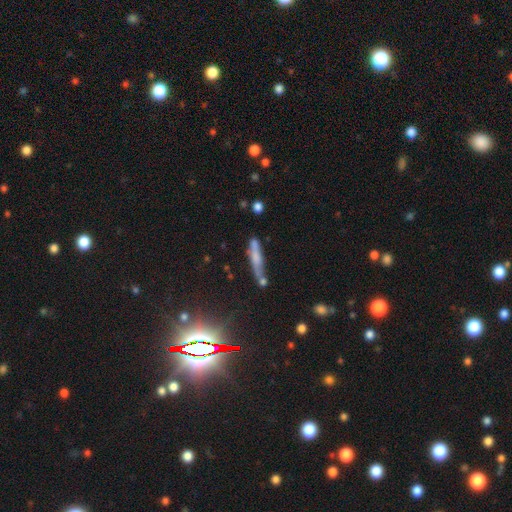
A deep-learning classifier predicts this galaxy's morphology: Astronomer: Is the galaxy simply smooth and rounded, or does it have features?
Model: smooth — 55% (runner-up: featured or disk, 33%).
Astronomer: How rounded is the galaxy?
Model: cigar-shaped — 86%.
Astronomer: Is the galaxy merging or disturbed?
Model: none — 50%.